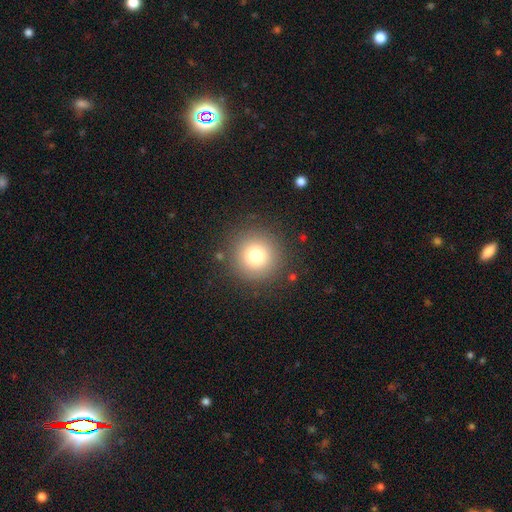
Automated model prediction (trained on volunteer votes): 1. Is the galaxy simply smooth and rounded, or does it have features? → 77% smooth, 12% star or artifact, 10% featured or disk.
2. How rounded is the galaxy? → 96% round, 3% in between, 1% cigar-shaped.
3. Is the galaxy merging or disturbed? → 88% none, 7% minor disturbance, 3% major disturbance, 2% merger.